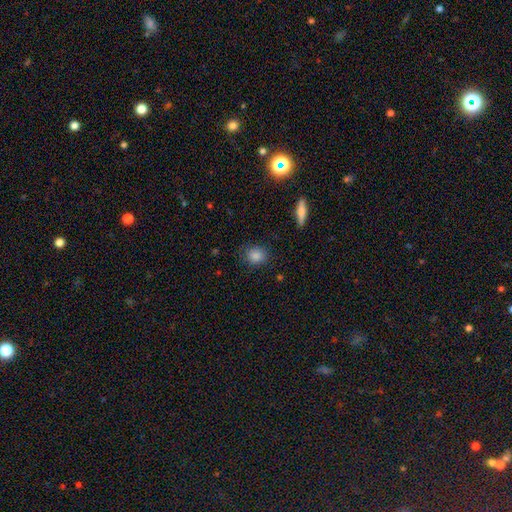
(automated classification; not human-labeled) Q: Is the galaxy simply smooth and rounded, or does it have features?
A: smooth — 85%.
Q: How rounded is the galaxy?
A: round — 68%.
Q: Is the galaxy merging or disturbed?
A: none — 84%.